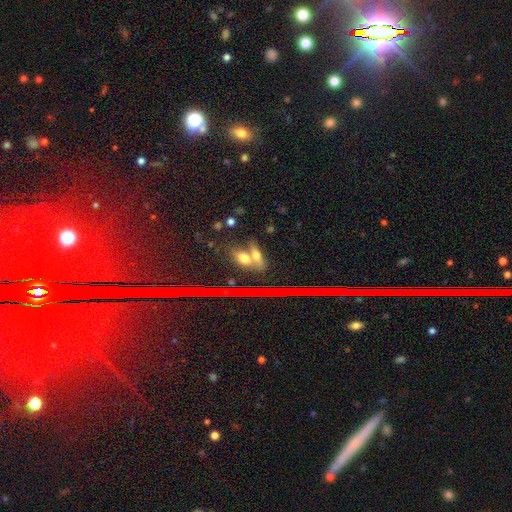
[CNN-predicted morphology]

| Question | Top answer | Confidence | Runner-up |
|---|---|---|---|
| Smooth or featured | star or artifact | 75% | smooth (13%) |